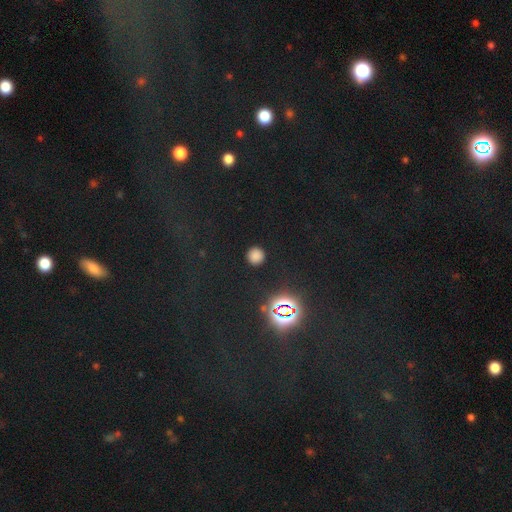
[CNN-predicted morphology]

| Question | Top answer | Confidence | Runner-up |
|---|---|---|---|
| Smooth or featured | smooth | 75% | star or artifact (21%) |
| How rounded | round | 93% | in between (6%) |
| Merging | none | 91% | minor disturbance (6%) |